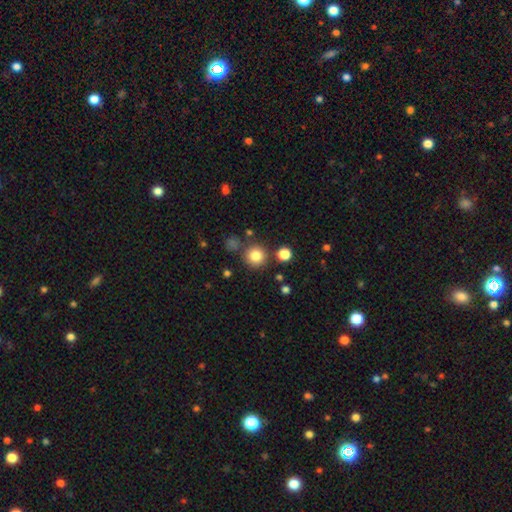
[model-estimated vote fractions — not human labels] Smooth or featured? Predicted: smooth (p=0.82). How rounded? Predicted: round (p=0.94). Merging? Predicted: none (p=0.83).